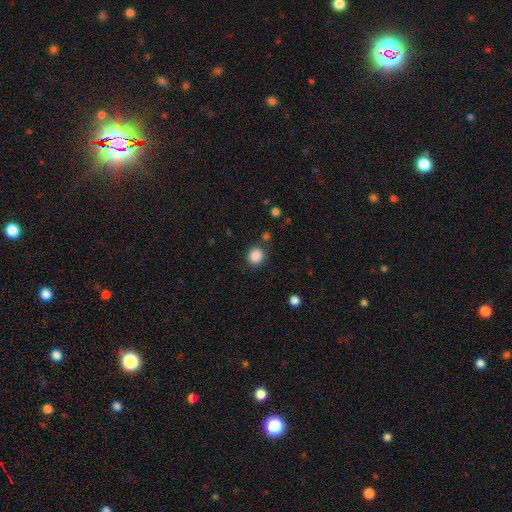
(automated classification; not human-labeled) Morphology: type=smooth (87%); roundness=round (86%); merging=none (85%).